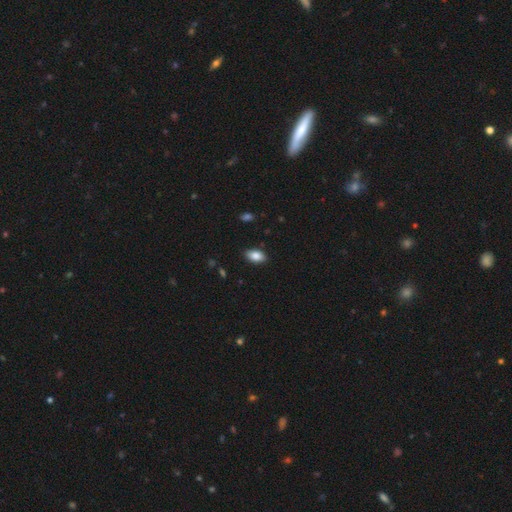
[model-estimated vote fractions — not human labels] The model was most divided on "merging": none: 87%, minor disturbance: 10%, major disturbance: 2%, merger: 1%. More confident: how rounded — in between (93%); smooth or featured — smooth (86%).